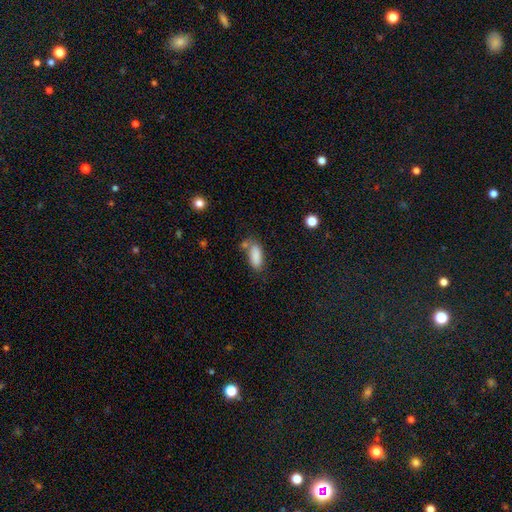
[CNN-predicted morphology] The model was most divided on "merging": none: 60%, minor disturbance: 20%, merger: 14%, major disturbance: 6%. More confident: smooth or featured — smooth (86%); how rounded — in between (80%).